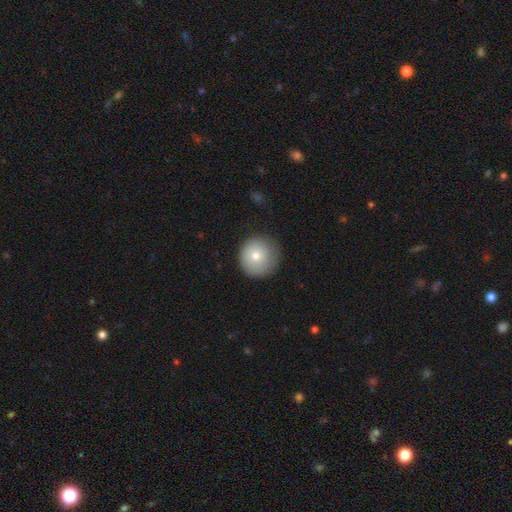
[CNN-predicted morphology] Overall: smooth (75%). How rounded: round (95%). Merging: none (83%).